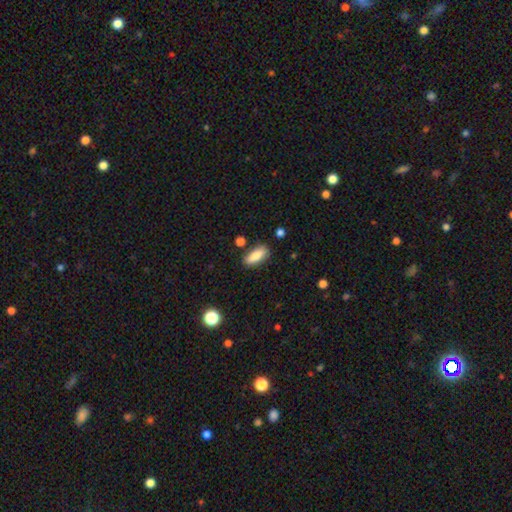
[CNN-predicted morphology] Q: Smooth or featured?
A: smooth (82%); runner-up: featured or disk (11%)
Q: How rounded?
A: in between (79%); runner-up: cigar-shaped (18%)
Q: Merging?
A: none (79%); runner-up: minor disturbance (14%)